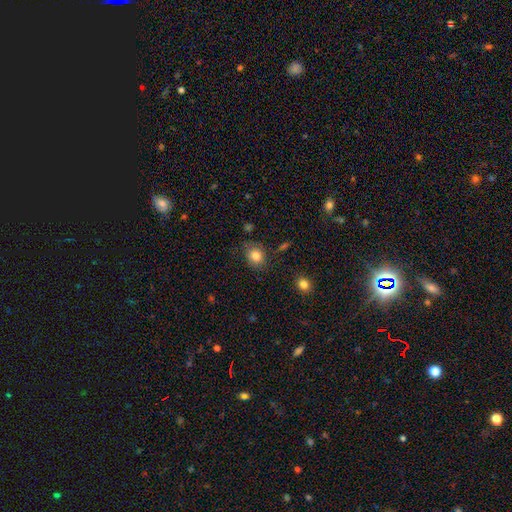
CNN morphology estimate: A smooth galaxy with no disk features (83%) that is round (63%).

Vote fractions:
- Smooth or featured? smooth: 83% / star or artifact: 10% / featured or disk: 7%
- How rounded? round: 63% / in between: 36% / cigar-shaped: 1%
- Merging? none: 73% / minor disturbance: 19% / major disturbance: 5% / merger: 3%